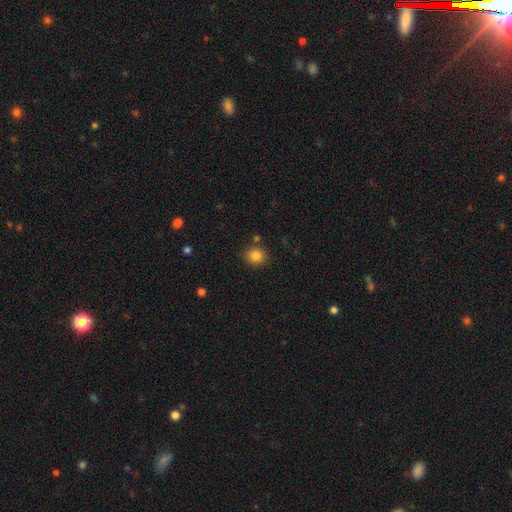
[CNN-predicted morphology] This is clearly a smooth galaxy (83%). How rounded: clearly round (85%). Merging: clearly none (85%).